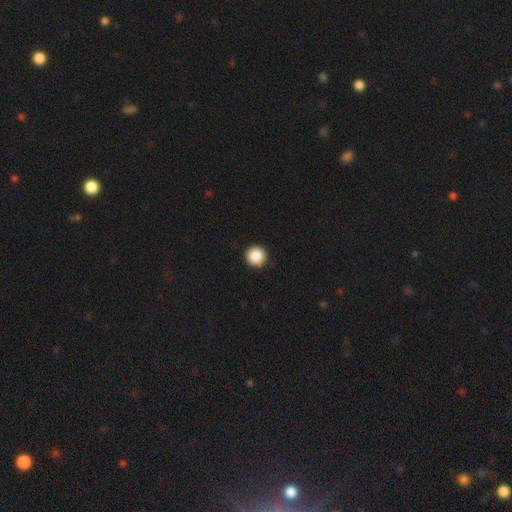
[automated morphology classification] Smooth or featured? Predicted: smooth (p=0.87). How rounded? Predicted: round (p=0.96). Merging? Predicted: none (p=0.93).